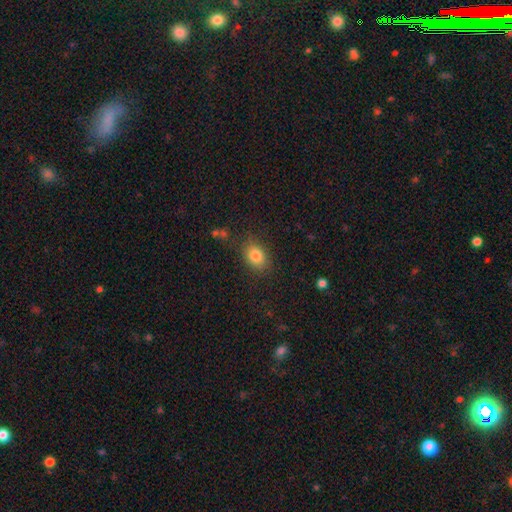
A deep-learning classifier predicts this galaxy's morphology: type=smooth (82%); roundness=in between (74%); merging=none (81%).